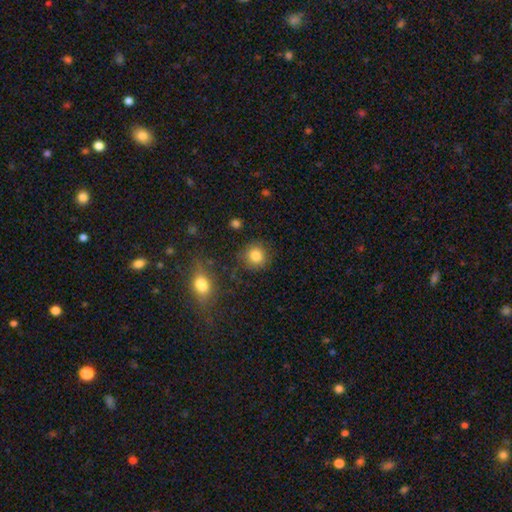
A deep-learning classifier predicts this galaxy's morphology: Overall: smooth (83%). How rounded: round (89%). Merging: none (85%).